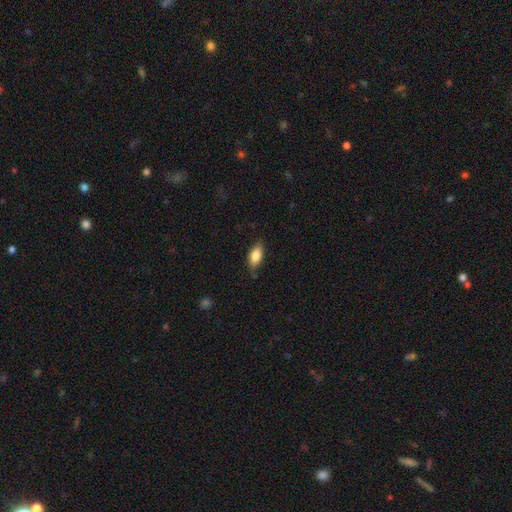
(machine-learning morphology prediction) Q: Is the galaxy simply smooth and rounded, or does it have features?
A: smooth — 83%.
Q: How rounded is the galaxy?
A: in between — 88%.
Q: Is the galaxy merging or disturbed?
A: none — 74%.